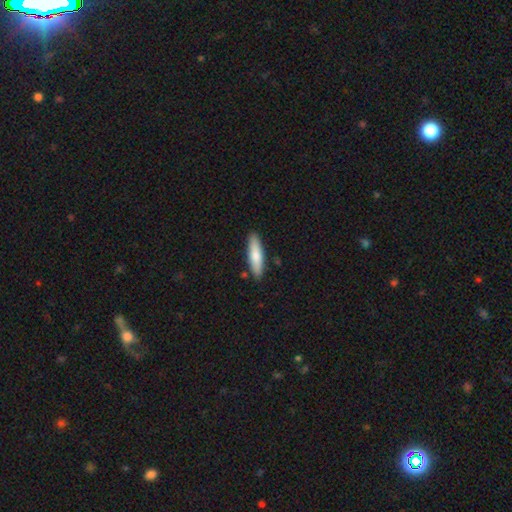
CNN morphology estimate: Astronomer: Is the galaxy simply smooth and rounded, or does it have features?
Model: smooth — 74%.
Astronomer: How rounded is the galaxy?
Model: cigar-shaped — 69%.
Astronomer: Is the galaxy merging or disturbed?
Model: none — 87%.